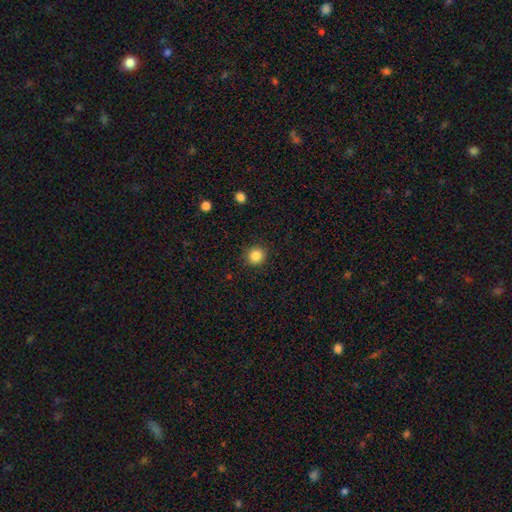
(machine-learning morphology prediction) Smooth or featured? smooth (85%)
How rounded? round (92%)
Merging? none (91%)